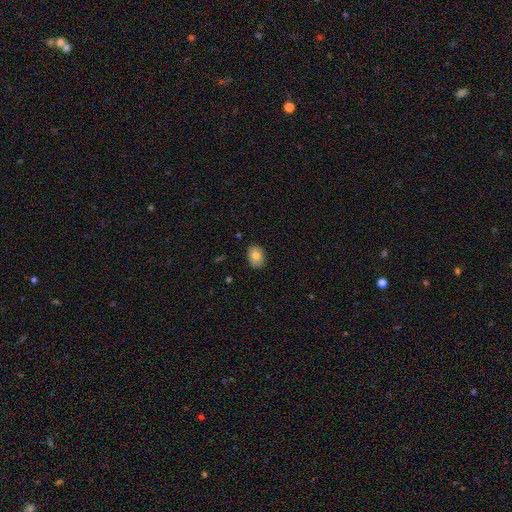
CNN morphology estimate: Smooth or featured? smooth (79%)
How rounded? in between (77%)
Merging? none (87%)